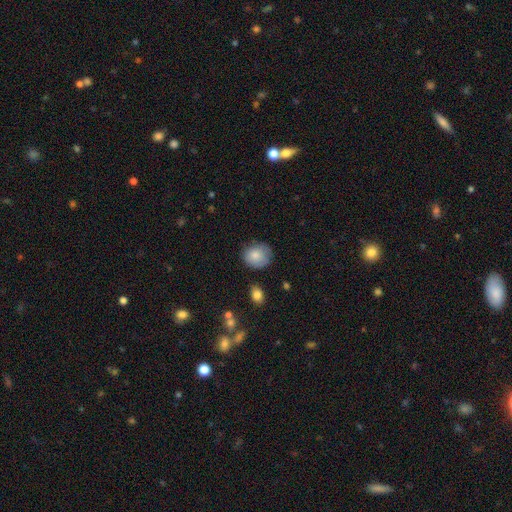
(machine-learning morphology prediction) Smooth or featured?
  - smooth: 84% *
  - featured or disk: 8%
  - star or artifact: 8%
How rounded?
  - round: 73% *
  - in between: 26%
  - cigar-shaped: 1%
Merging?
  - none: 70% *
  - minor disturbance: 23%
  - major disturbance: 5%
  - merger: 2%